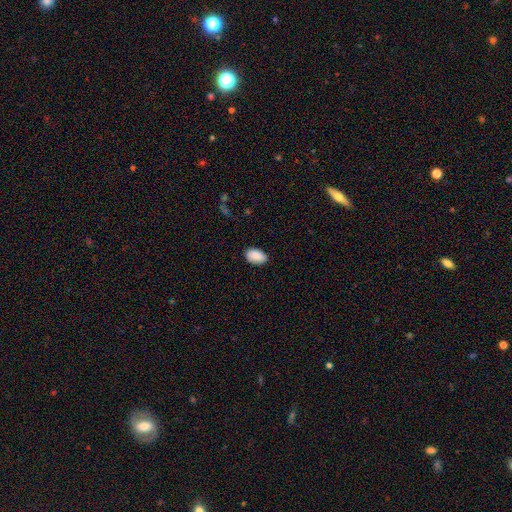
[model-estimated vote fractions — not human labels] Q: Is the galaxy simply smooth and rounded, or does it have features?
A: smooth — 90%.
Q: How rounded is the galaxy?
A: in between — 94%.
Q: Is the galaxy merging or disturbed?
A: none — 84%.